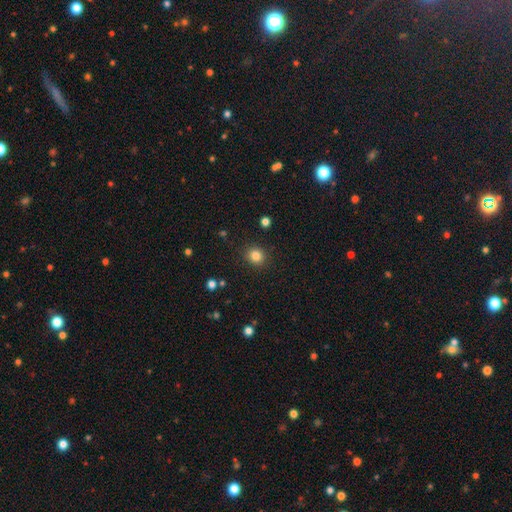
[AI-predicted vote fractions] Smooth or featured: smooth — 84% (star or artifact — 12%)
How rounded: round — 84% (in between — 15%)
Merging: none — 90% (minor disturbance — 7%)